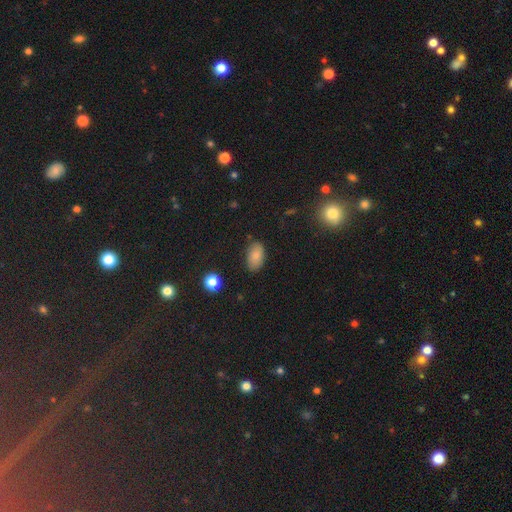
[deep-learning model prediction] Overall: smooth (83%). How rounded: in between (92%). Merging: none (83%).